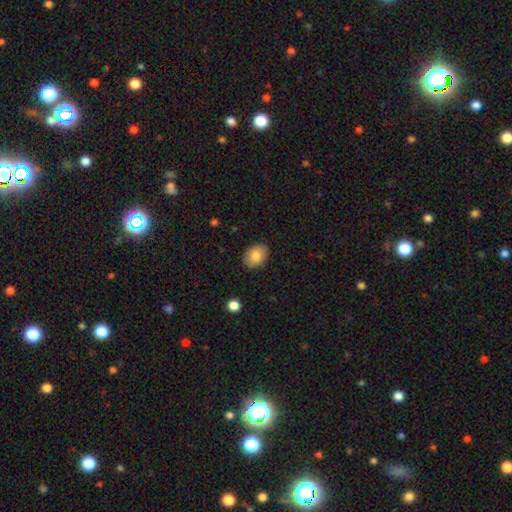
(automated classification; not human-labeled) Overall: smooth (84%). How rounded: in between (74%). Merging: none (87%).